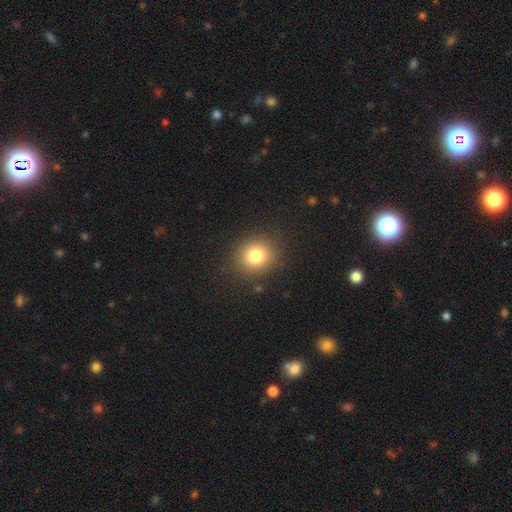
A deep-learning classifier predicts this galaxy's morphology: Q: Smooth or featured?
A: smooth (80%); runner-up: star or artifact (12%)
Q: How rounded?
A: round (80%); runner-up: in between (19%)
Q: Merging?
A: none (88%); runner-up: minor disturbance (7%)